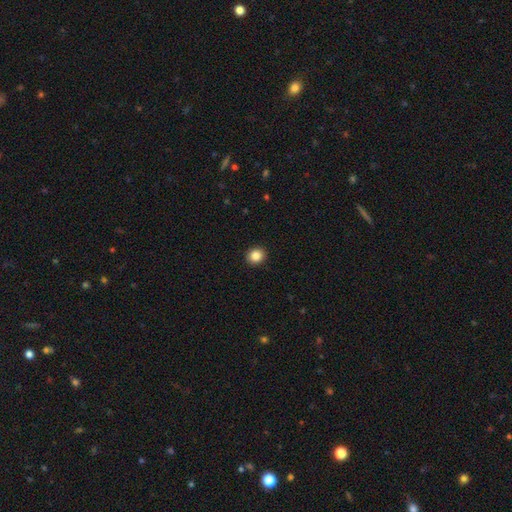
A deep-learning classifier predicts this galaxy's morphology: This is clearly a smooth galaxy (86%). How rounded: likely round (78%). Merging: clearly none (93%).